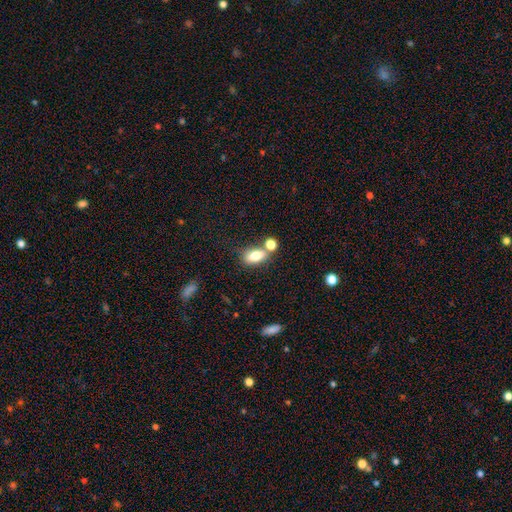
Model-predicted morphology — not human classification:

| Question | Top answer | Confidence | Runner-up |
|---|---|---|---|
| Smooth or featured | smooth | 76% | featured or disk (15%) |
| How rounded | in between | 82% | round (11%) |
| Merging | none | 54% | merger (28%) |